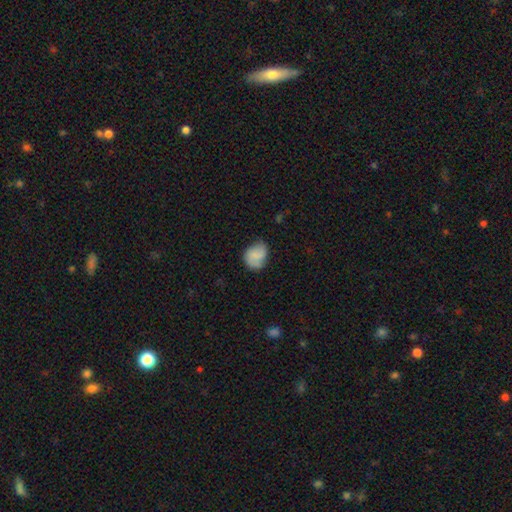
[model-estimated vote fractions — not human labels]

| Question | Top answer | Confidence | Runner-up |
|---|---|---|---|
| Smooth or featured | smooth | 65% | featured or disk (27%) |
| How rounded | round | 53% | in between (46%) |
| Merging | none | 64% | minor disturbance (27%) |